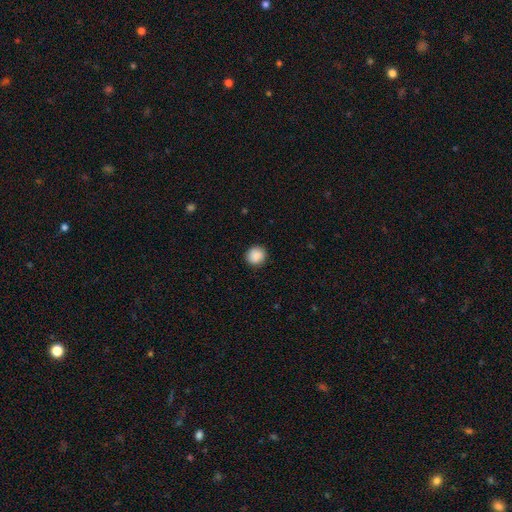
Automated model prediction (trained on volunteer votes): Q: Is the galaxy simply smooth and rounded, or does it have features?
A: smooth — 89%.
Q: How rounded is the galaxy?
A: round — 92%.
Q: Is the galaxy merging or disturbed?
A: none — 91%.